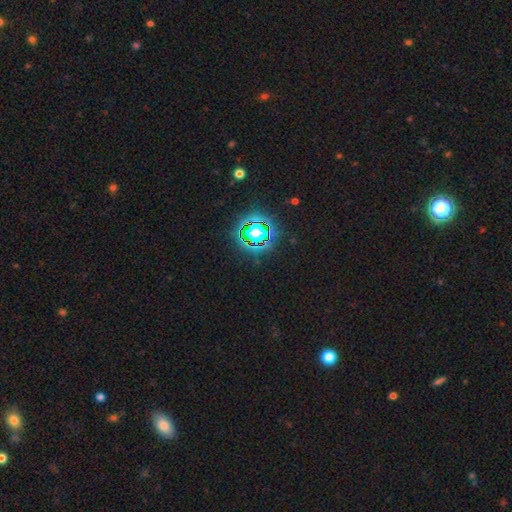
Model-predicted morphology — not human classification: This appears to be a star or artifact, not a galaxy (79%).